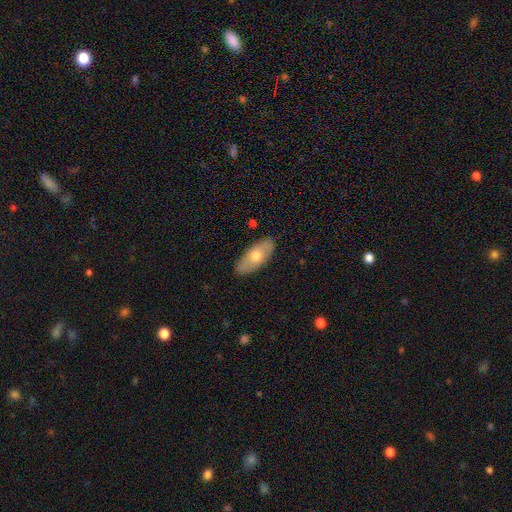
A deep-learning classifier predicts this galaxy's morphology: smooth_or_featured: smooth (p=0.62) [alt: featured or disk p=0.32]
how_rounded: in between (p=0.85) [alt: cigar-shaped p=0.12]
merging: none (p=0.87) [alt: minor disturbance p=0.10]